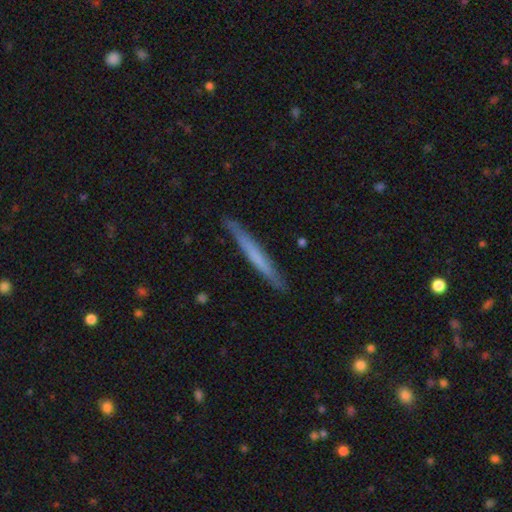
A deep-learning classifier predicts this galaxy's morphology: Overall: smooth (53%; featured or disk 41%). How rounded: cigar-shaped (97%). Merging: none (88%).